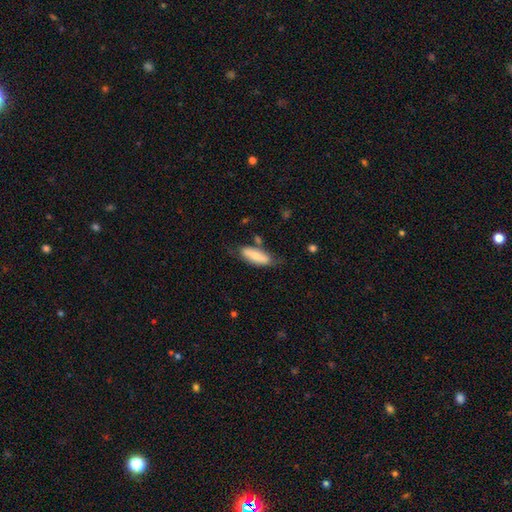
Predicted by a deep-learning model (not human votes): The model was most divided on "merging": none: 61%, minor disturbance: 24%, major disturbance: 8%, merger: 7%. More confident: smooth or featured — smooth (69%); how rounded — in between (68%).